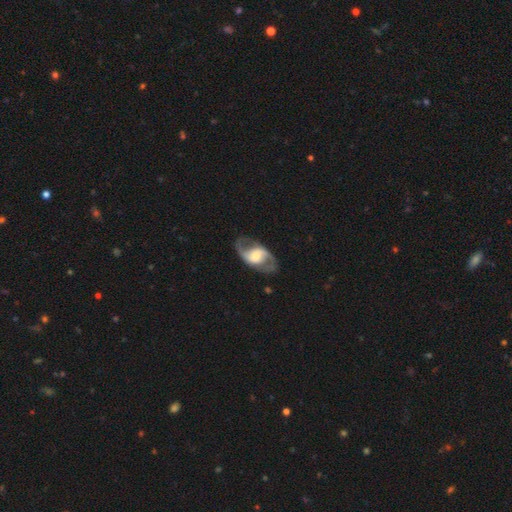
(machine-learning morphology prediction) Q: Smooth or featured?
A: featured or disk (82%); runner-up: smooth (13%)
Q: Edge-on disk?
A: no (95%); runner-up: yes (5%)
Q: Bar?
A: weak (40%); runner-up: no (39%)
Q: Spiral arms?
A: yes (90%); runner-up: no (10%)
Q: Spiral winding?
A: medium (48%); runner-up: loose (38%)
Q: Spiral arm count?
A: 2 (91%); runner-up: can't tell (4%)
Q: Bulge size?
A: moderate (38%); runner-up: large (32%)
Q: Merging?
A: none (78%); runner-up: minor disturbance (13%)